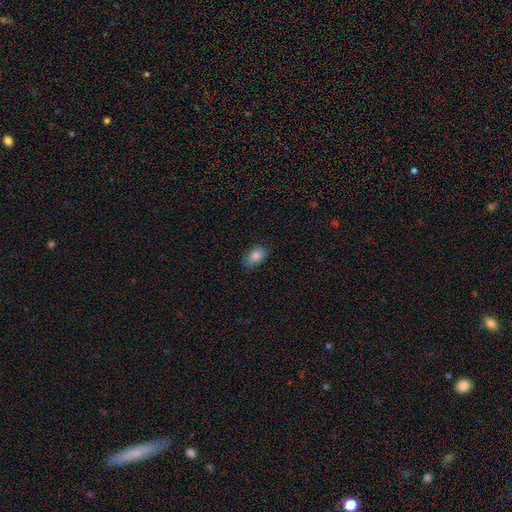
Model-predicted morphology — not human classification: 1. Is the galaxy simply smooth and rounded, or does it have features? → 83% smooth, 9% featured or disk, 8% star or artifact.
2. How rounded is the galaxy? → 89% in between, 9% round, 2% cigar-shaped.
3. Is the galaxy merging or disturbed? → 81% none, 16% minor disturbance, 3% major disturbance, 1% merger.